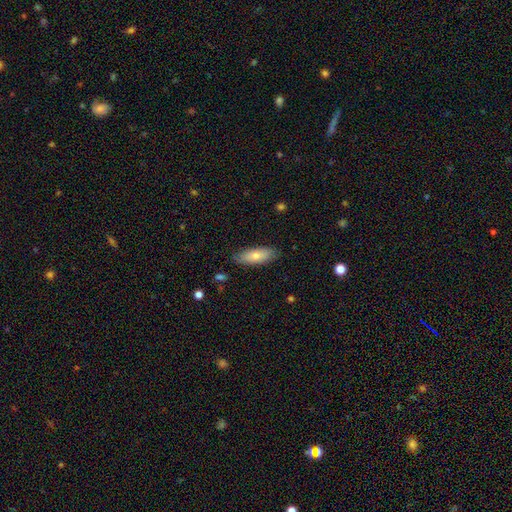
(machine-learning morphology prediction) This is likely a smooth galaxy (75%). How rounded: likely in between (66%). Merging: clearly none (84%).